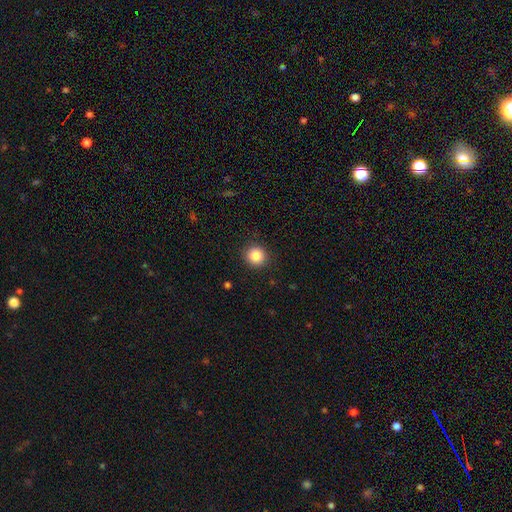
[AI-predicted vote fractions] smooth-or-featured: smooth: 86% | star or artifact: 10% | featured or disk: 4%
  how-rounded: round: 91% | in between: 8% | cigar-shaped: 1%
  merging: none: 90% | minor disturbance: 7% | major disturbance: 2% | merger: 1%